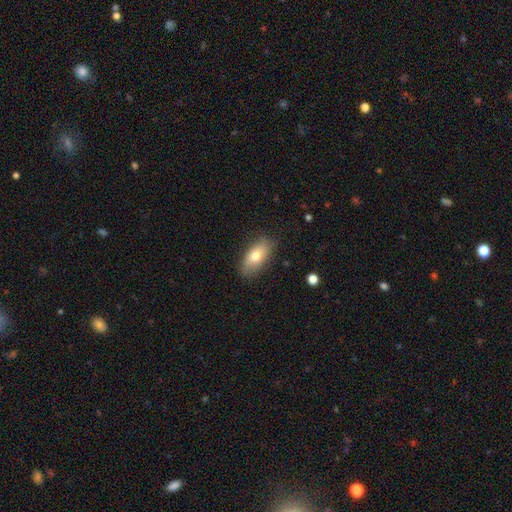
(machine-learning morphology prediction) Q: Smooth or featured?
A: smooth (72%); runner-up: featured or disk (21%)
Q: How rounded?
A: in between (87%); runner-up: cigar-shaped (9%)
Q: Merging?
A: none (82%); runner-up: minor disturbance (14%)